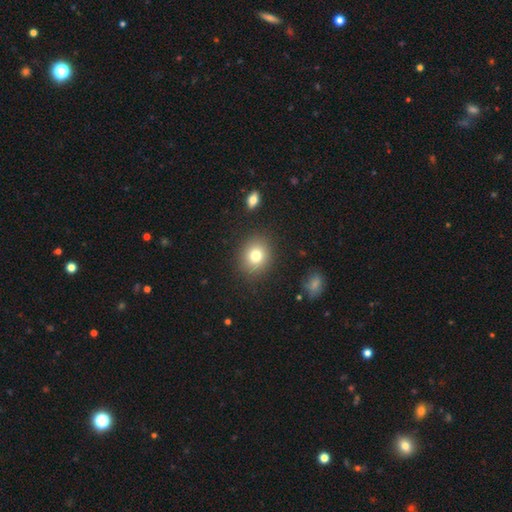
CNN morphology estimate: This appears to be a smooth galaxy with no disk features (78%) that is round (71%). Merging: none (87%).